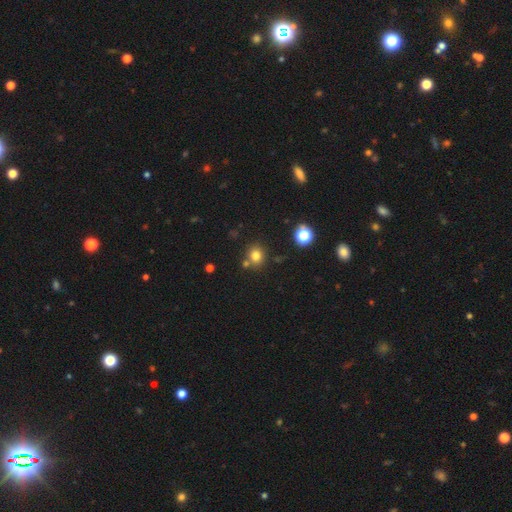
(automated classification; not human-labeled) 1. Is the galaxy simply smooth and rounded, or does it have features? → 77% smooth, 16% star or artifact, 7% featured or disk.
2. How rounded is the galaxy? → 82% round, 18% in between, 1% cigar-shaped.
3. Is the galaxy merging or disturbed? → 75% none, 13% merger, 9% minor disturbance, 3% major disturbance.